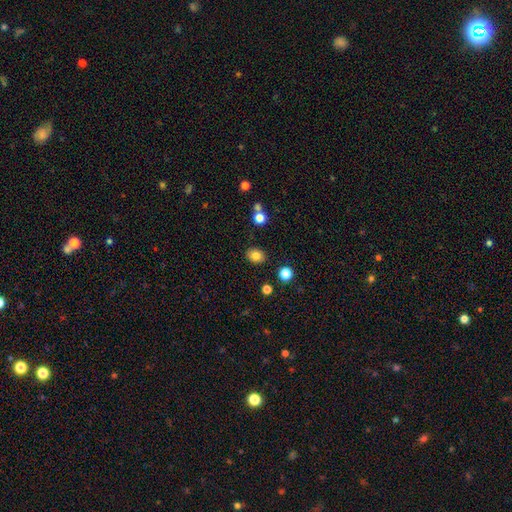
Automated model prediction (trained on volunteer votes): smooth-or-featured: smooth: 82% | star or artifact: 11% | featured or disk: 7%
  how-rounded: in between: 52% | round: 47% | cigar-shaped: 1%
  merging: none: 87% | minor disturbance: 9% | merger: 3% | major disturbance: 2%